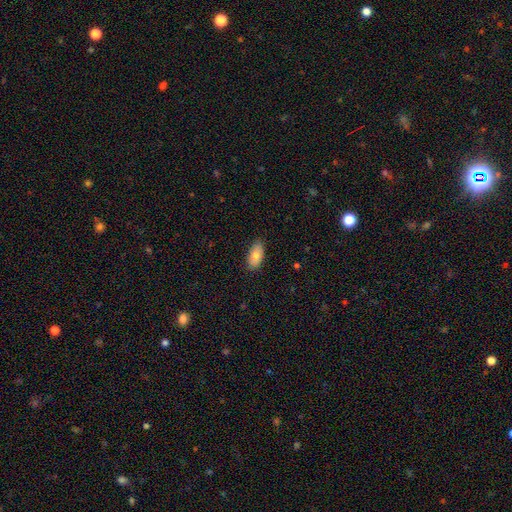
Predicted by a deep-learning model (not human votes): smooth-or-featured: smooth: 80% | featured or disk: 13% | star or artifact: 6%
  how-rounded: in between: 91% | cigar-shaped: 6% | round: 3%
  merging: none: 85% | minor disturbance: 12% | major disturbance: 2% | merger: 1%